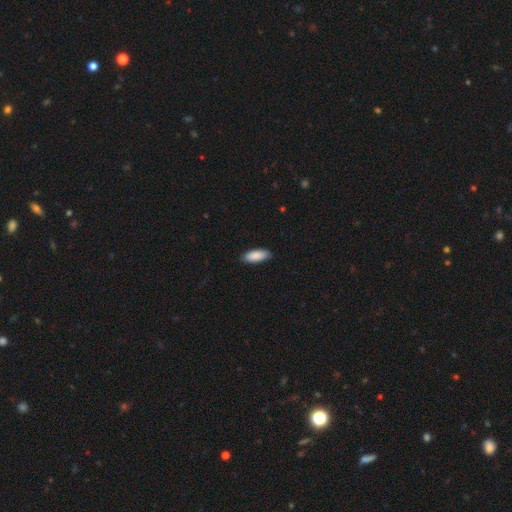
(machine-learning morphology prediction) A smooth galaxy with no disk features (89%) that is in between round and cigar-shaped (77%). Merging: none (87%).